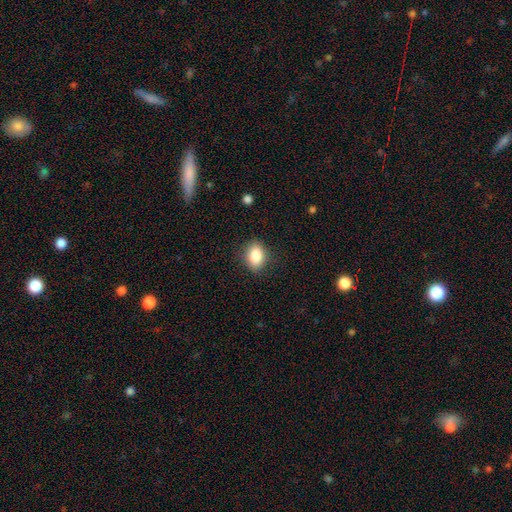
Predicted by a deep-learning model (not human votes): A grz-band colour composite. It shows a smooth galaxy with no disk features (86%) that is in between round and cigar-shaped (75%). Merging: none (85%).